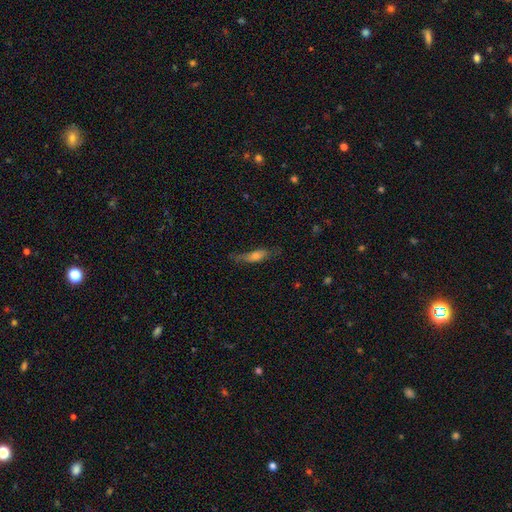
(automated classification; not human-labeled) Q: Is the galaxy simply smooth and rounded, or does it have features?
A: smooth — 58%.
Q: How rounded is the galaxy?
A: cigar-shaped — 53%.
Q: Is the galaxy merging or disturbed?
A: none — 56%.